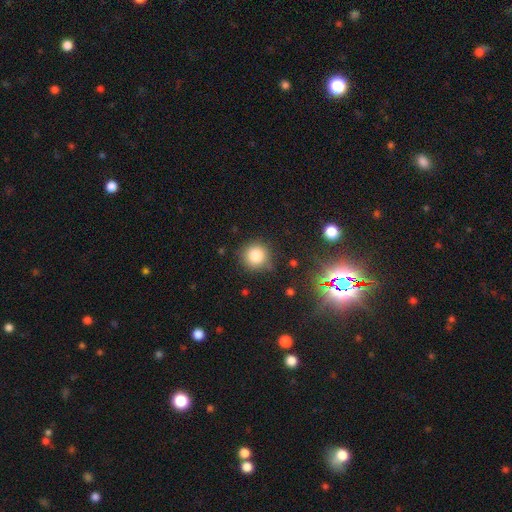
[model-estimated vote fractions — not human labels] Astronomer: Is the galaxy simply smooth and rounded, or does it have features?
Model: smooth — 81%.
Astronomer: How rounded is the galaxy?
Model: round — 93%.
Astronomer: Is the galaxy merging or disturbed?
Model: none — 81%.